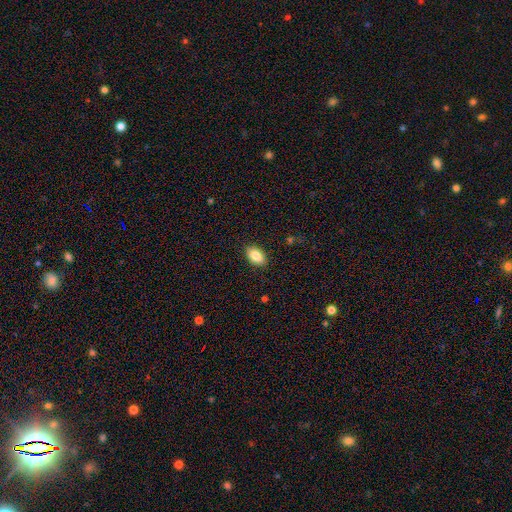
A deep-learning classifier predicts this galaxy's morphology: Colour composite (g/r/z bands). It shows a smooth galaxy with no disk features (85%) that is in between round and cigar-shaped (91%). Merging: none (88%).